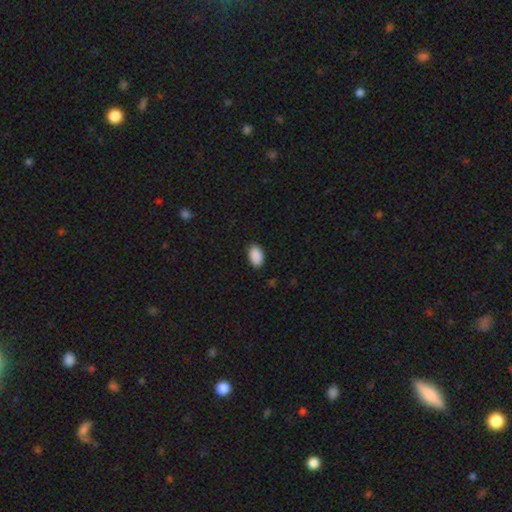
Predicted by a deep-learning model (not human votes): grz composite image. It shows a smooth galaxy with no disk features (91%) that is in between round and cigar-shaped (92%). Merging: none (88%).